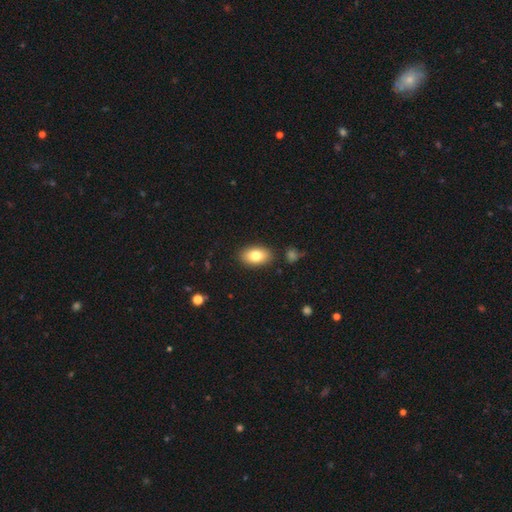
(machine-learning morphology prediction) The model was most divided on "smooth or featured": smooth: 79%, featured or disk: 13%, star or artifact: 8%. More confident: how rounded — in between (91%); merging — none (87%).